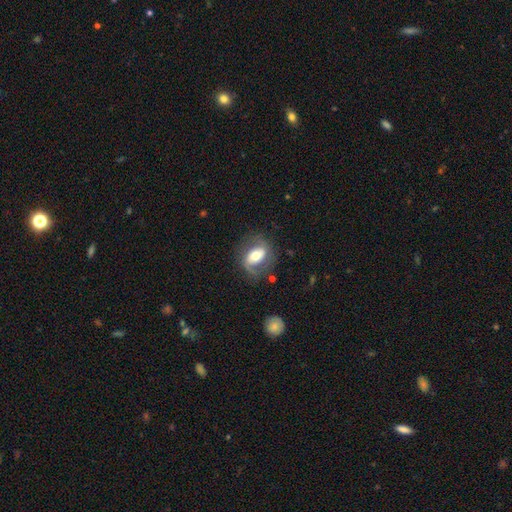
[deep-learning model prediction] smooth_or_featured: featured or disk (p=0.67) [alt: smooth p=0.26]
disk_edge_on: no (p=0.96) [alt: yes p=0.04]
bar: weak (p=0.34) [alt: strong p=0.33]
has_spiral_arms: yes (p=0.83) [alt: no p=0.17]
spiral_winding: medium (p=0.44) [alt: loose p=0.35]
spiral_arm_count: 2 (p=0.78) [alt: 1 p=0.13]
bulge_size: moderate (p=0.65) [alt: large p=0.19]
merging: none (p=0.67) [alt: minor disturbance p=0.19]